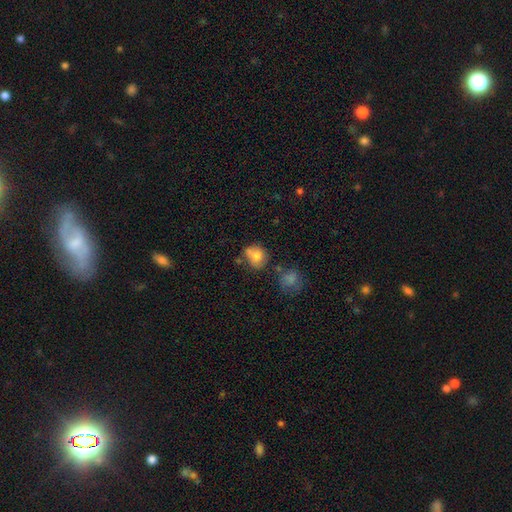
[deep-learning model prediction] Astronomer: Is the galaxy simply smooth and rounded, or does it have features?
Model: smooth — 76%.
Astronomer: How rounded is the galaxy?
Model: round — 70%.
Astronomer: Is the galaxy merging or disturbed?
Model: none — 50%.